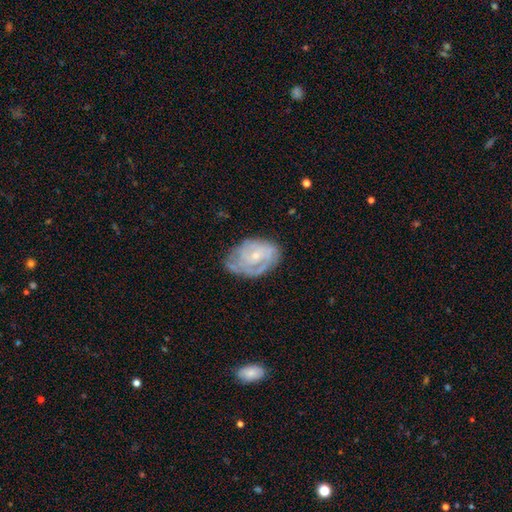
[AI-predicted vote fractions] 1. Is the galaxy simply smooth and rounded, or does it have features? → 73% featured or disk, 20% smooth, 6% star or artifact.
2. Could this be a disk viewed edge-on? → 97% no, 3% yes.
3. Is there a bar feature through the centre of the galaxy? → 71% no, 25% weak, 4% strong.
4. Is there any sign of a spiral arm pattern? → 83% yes, 17% no.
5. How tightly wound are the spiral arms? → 63% tight, 28% medium, 9% loose.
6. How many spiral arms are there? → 46% can't tell, 25% 2, 14% 3, 6% 1, 6% 4, 4% more than 4.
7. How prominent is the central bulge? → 69% small, 25% moderate, 4% none, 1% large, 1% dominant.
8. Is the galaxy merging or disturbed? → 58% none, 28% minor disturbance, 11% major disturbance, 2% merger.